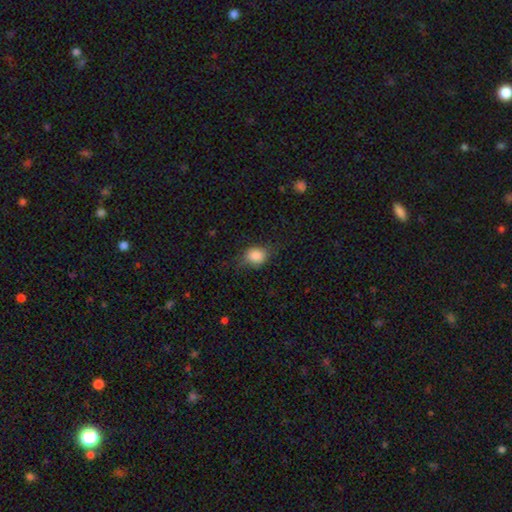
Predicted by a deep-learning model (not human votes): smooth-or-featured: smooth: 83% | star or artifact: 9% | featured or disk: 7%
  how-rounded: round: 51% | in between: 48% | cigar-shaped: 1%
  merging: none: 66% | minor disturbance: 24% | major disturbance: 9% | merger: 1%